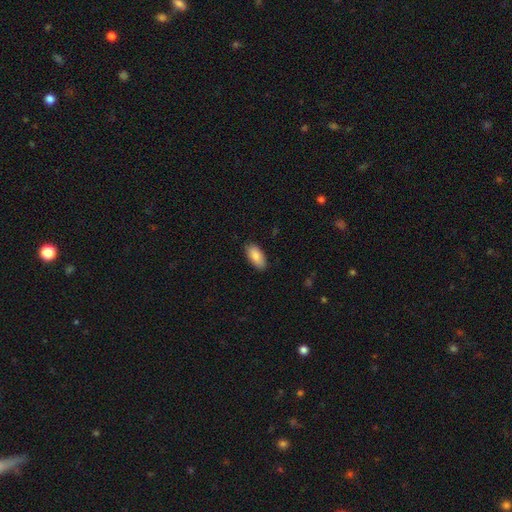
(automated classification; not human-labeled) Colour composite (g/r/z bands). It shows a smooth galaxy with no disk features (86%) that is in between round and cigar-shaped (90%). Merging: none (85%).